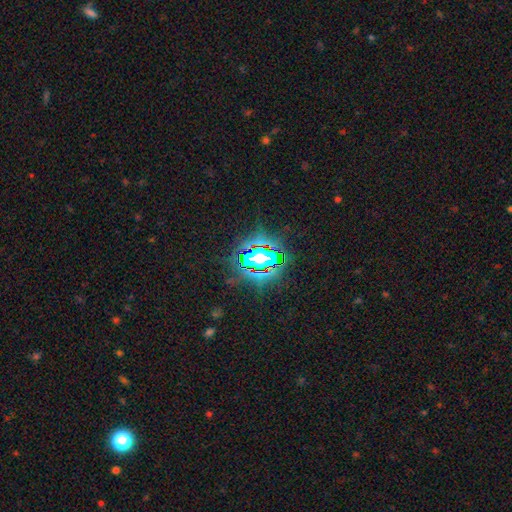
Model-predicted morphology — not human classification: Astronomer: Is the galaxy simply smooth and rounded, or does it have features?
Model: star or artifact — 82%.